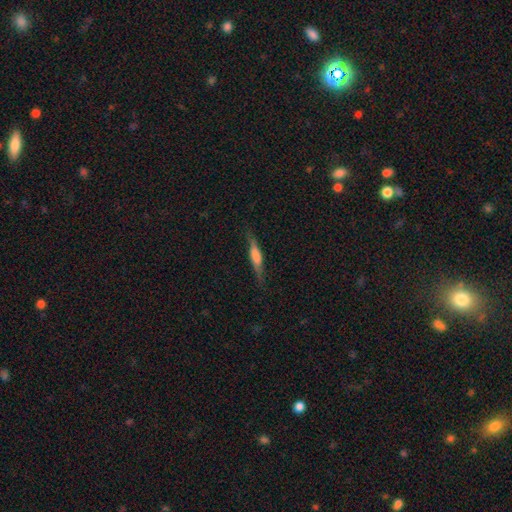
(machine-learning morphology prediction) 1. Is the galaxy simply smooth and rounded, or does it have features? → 52% featured or disk, 41% smooth, 7% star or artifact.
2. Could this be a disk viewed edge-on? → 93% yes, 7% no.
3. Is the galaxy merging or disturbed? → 80% none, 14% minor disturbance, 4% major disturbance, 1% merger.